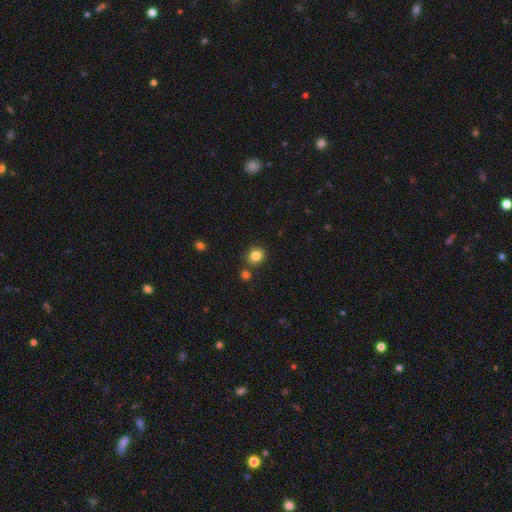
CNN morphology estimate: Smooth or featured? smooth (83%)
How rounded? round (81%)
Merging? none (81%)